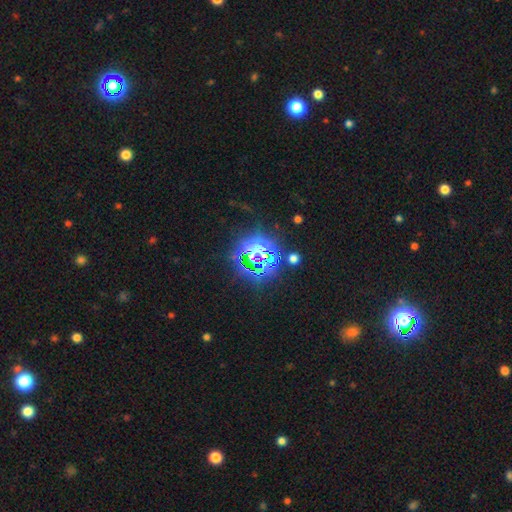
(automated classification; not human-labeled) The model was most divided on "smooth or featured": star or artifact: 75%, smooth: 14%, featured or disk: 11%.